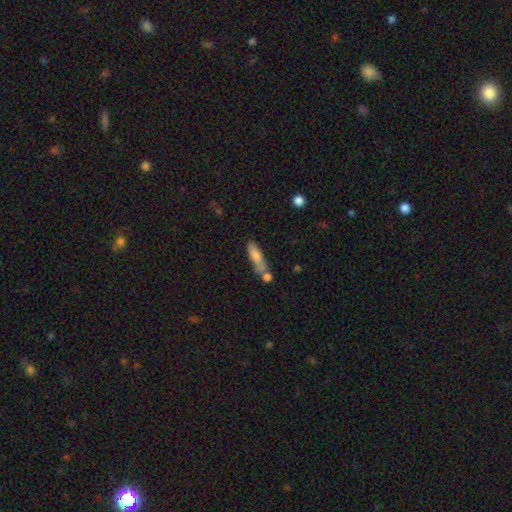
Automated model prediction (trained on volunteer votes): The model was most divided on "merging": none: 48%, merger: 25%, minor disturbance: 19%, major disturbance: 8%. More confident: smooth or featured — smooth (68%); how rounded — cigar-shaped (60%).